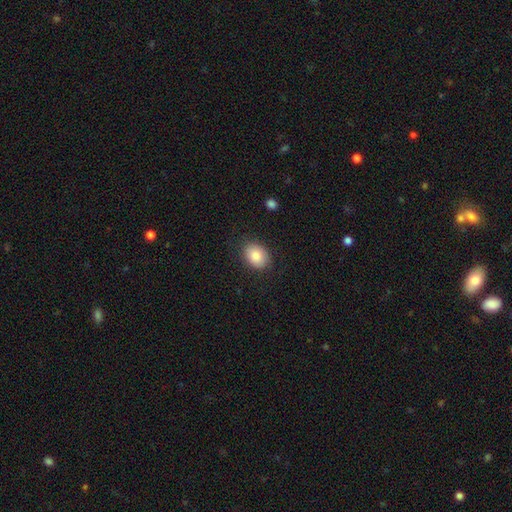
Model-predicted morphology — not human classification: A smooth galaxy with no disk features (86%) that is in between round and cigar-shaped (65%).

Vote fractions:
- Smooth or featured? smooth: 86% / star or artifact: 8% / featured or disk: 7%
- How rounded? in between: 65% / round: 34% / cigar-shaped: 1%
- Merging? none: 85% / minor disturbance: 11% / major disturbance: 3% / merger: 1%